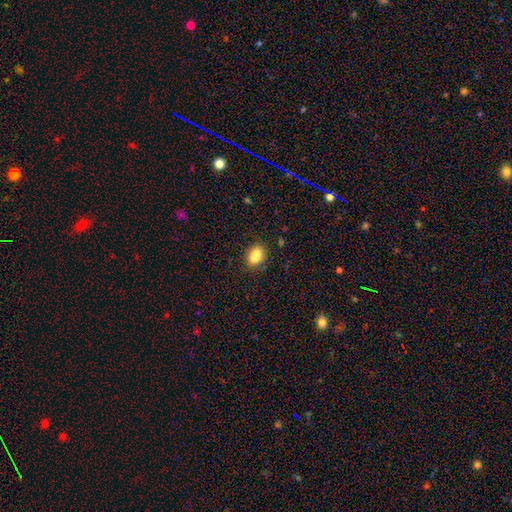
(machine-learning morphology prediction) Smooth or featured? smooth (69%)
How rounded? round (56%)
Merging? merger (57%)